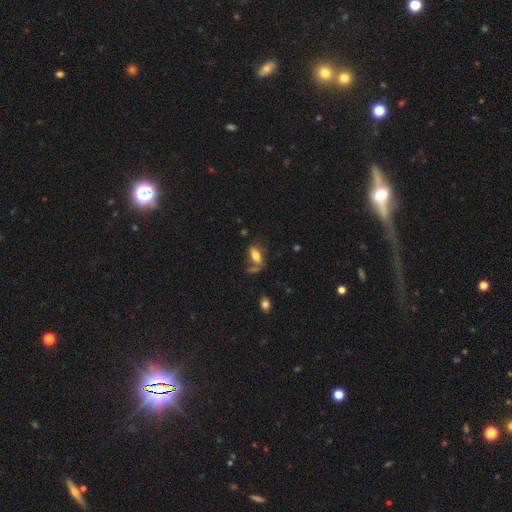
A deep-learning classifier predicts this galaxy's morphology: smooth-or-featured: smooth: 69% | featured or disk: 21% | star or artifact: 9%
  how-rounded: in between: 81% | cigar-shaped: 15% | round: 4%
  merging: none: 53% | minor disturbance: 20% | merger: 15% | major disturbance: 12%